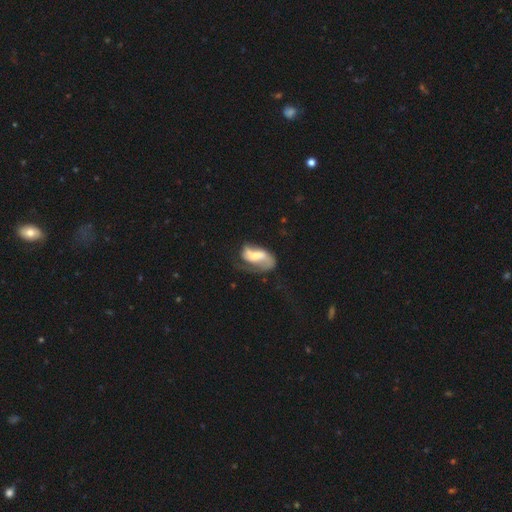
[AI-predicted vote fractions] Q: Smooth or featured?
A: featured or disk (62%); runner-up: smooth (30%)
Q: Edge-on disk?
A: no (95%); runner-up: yes (5%)
Q: Bar?
A: weak (40%); runner-up: no (37%)
Q: Spiral arms?
A: yes (80%); runner-up: no (20%)
Q: Bulge size?
A: moderate (40%); runner-up: small (32%)
Q: Merging?
A: none (35%); tied with: major disturbance (35%)